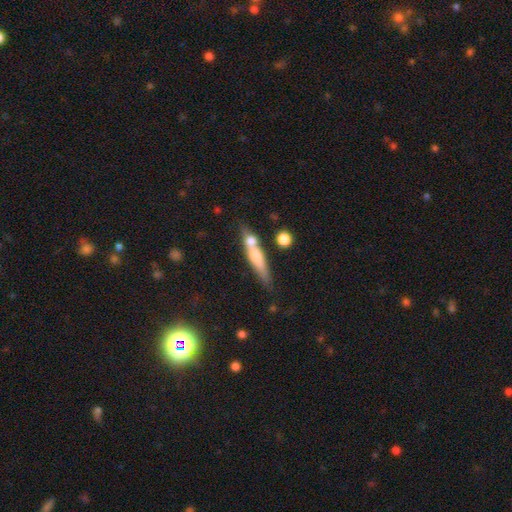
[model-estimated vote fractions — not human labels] Q: Smooth or featured?
A: smooth (54%); runner-up: featured or disk (39%)
Q: How rounded?
A: cigar-shaped (82%); runner-up: in between (14%)
Q: Merging?
A: none (55%); runner-up: merger (26%)